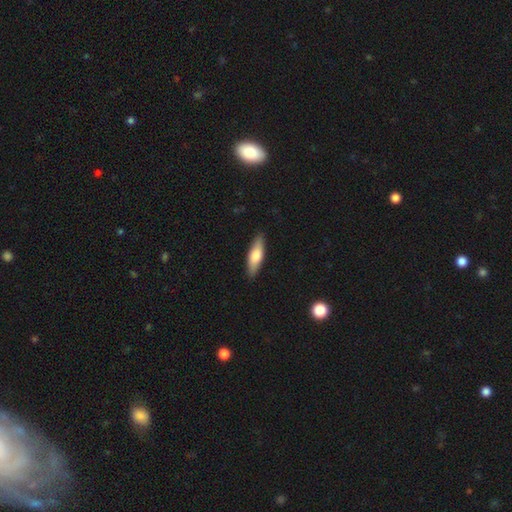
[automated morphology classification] type=smooth (68%); roundness=cigar-shaped (53%); merging=none (88%).